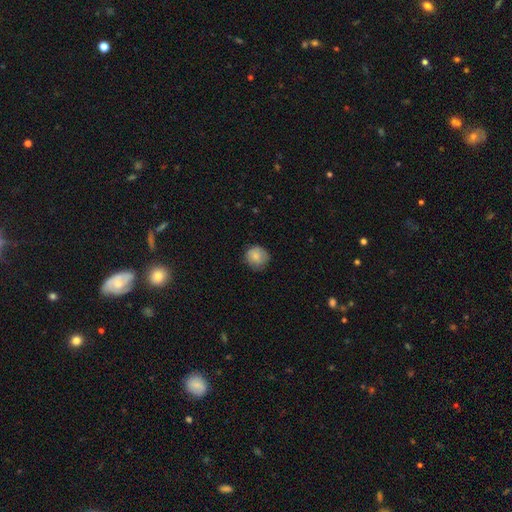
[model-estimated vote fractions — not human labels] A smooth galaxy with no disk features (78%) that is round (86%).

Vote fractions:
- Smooth or featured? smooth: 78% / featured or disk: 14% / star or artifact: 8%
- How rounded? round: 86% / in between: 13% / cigar-shaped: 1%
- Merging? none: 73% / minor disturbance: 21% / major disturbance: 5% / merger: 1%